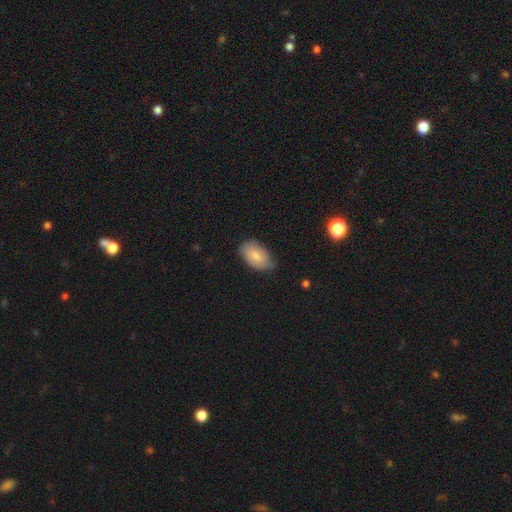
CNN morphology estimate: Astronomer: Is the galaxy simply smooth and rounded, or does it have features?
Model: smooth — 75%.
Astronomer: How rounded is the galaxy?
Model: in between — 92%.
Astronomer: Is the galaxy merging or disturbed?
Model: none — 62%.